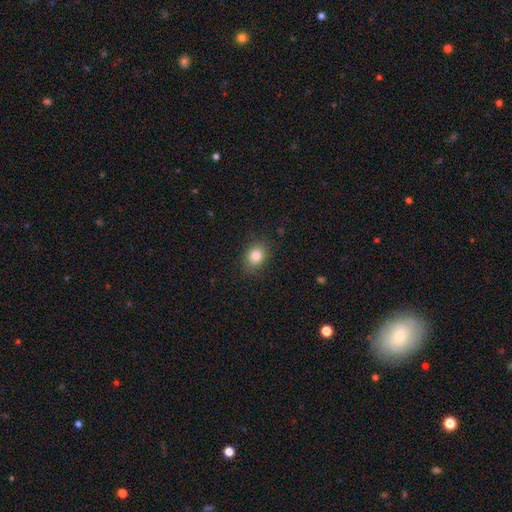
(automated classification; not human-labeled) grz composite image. It shows a smooth galaxy with no disk features (82%) that is in between round and cigar-shaped (58%). Merging: none (86%).